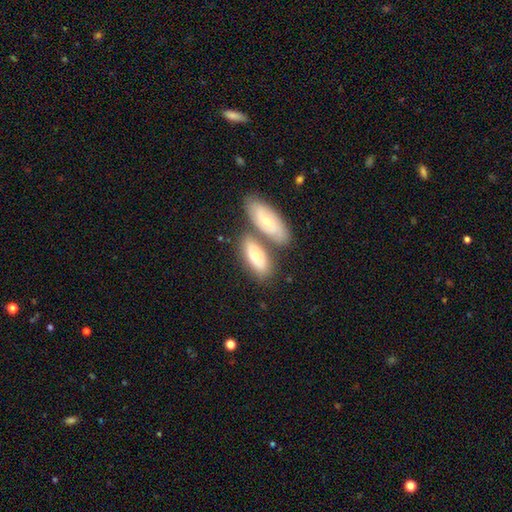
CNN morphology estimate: The model was most divided on "merging": none: 46%, merger: 39%, minor disturbance: 12%, major disturbance: 3%. More confident: how rounded — in between (78%); smooth or featured — smooth (63%).